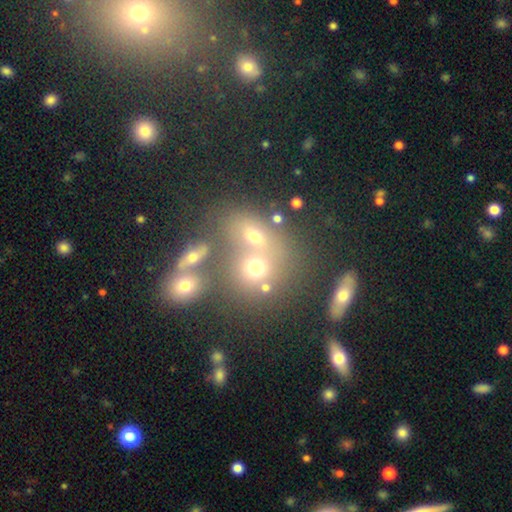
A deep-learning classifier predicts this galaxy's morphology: type=smooth (50%); roundness=round (64%); merging=none (43%).